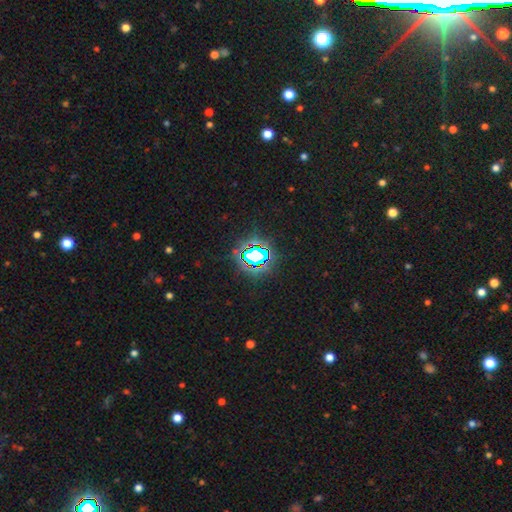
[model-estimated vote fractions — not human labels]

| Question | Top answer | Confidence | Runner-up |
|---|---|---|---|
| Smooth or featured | star or artifact | 71% | smooth (18%) |